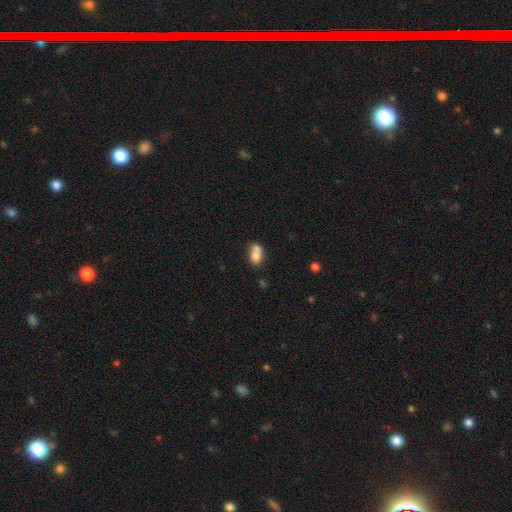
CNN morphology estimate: The model was most divided on "how rounded": in between: 62%, round: 37%, cigar-shaped: 1%. More confident: smooth or featured — smooth (75%); merging — merger (61%).